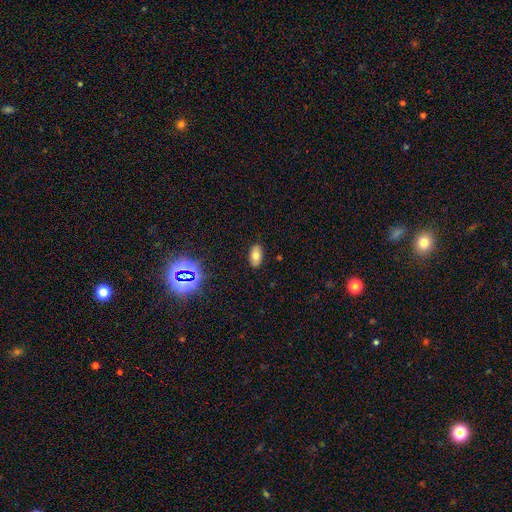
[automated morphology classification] smooth_or_featured: smooth (p=0.72) [alt: star or artifact p=0.15]
how_rounded: in between (p=0.93) [alt: round p=0.05]
merging: none (p=0.88) [alt: minor disturbance p=0.09]